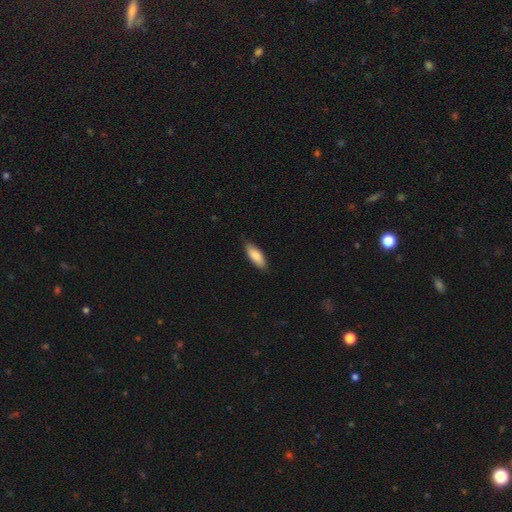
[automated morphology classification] A smooth galaxy with no disk features (85%) that is in between round and cigar-shaped (70%).

Vote fractions:
- Smooth or featured? smooth: 85% / featured or disk: 9% / star or artifact: 5%
- How rounded? in between: 70% / cigar-shaped: 28% / round: 2%
- Merging? none: 84% / minor disturbance: 13% / major disturbance: 2% / merger: 1%